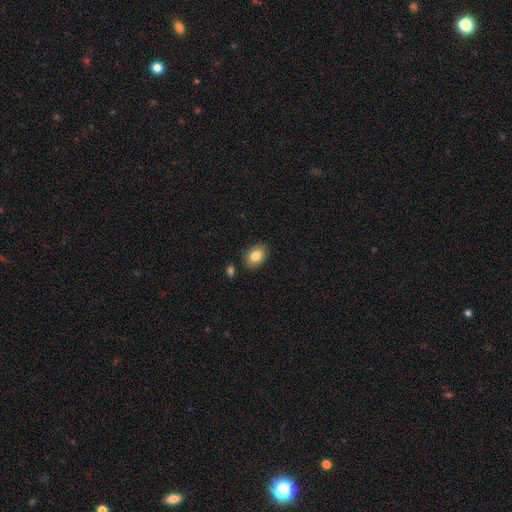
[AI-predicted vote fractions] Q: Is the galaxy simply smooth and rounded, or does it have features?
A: smooth — 84%.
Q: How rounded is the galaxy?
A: in between — 80%.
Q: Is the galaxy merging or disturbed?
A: none — 85%.